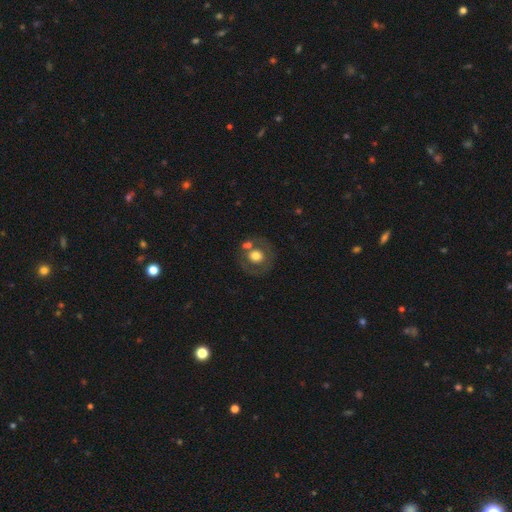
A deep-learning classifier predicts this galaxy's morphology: Smooth or featured? smooth (55%)
How rounded? round (85%)
Merging? none (60%)